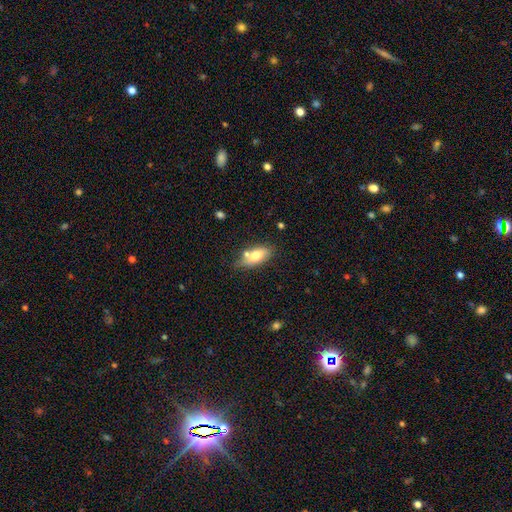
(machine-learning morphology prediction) smooth 69%, featured or disk 23%, star or artifact 8%. Down the decision tree: how rounded — in between (83%); merging — none (60%).